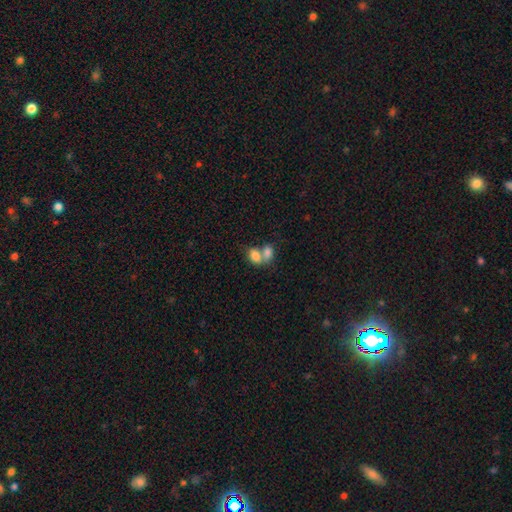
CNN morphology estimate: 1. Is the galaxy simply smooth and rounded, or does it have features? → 80% smooth, 12% featured or disk, 8% star or artifact.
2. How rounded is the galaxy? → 81% in between, 18% round, 2% cigar-shaped.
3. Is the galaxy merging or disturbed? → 69% merger, 21% none, 6% minor disturbance, 4% major disturbance.